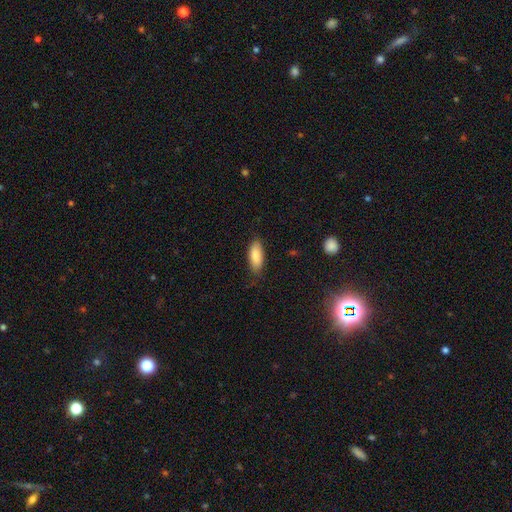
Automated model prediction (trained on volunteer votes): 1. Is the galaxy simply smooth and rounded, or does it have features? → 86% smooth, 8% featured or disk, 6% star or artifact.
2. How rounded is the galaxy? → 79% in between, 19% cigar-shaped, 2% round.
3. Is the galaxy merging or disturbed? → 80% none, 16% minor disturbance, 3% major disturbance, 1% merger.